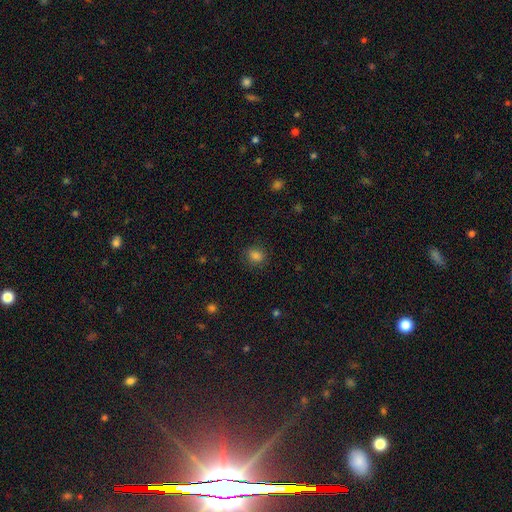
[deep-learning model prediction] This is clearly a smooth galaxy (84%). How rounded: possibly round (51%). Merging: clearly none (85%).